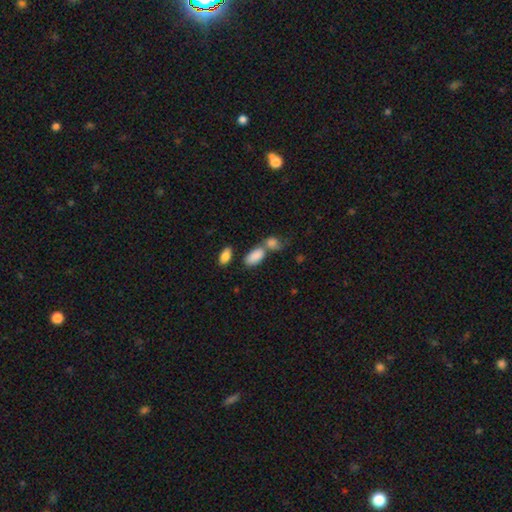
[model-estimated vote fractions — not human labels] smooth_or_featured: smooth (p=0.86) [alt: star or artifact p=0.08]
how_rounded: in between (p=0.91) [alt: round p=0.05]
merging: merger (p=0.46) [alt: none p=0.37]